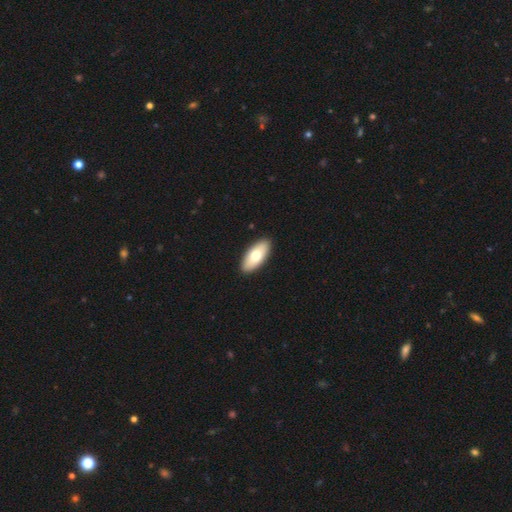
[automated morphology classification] type=smooth (70%); roundness=in between (89%); merging=none (92%).